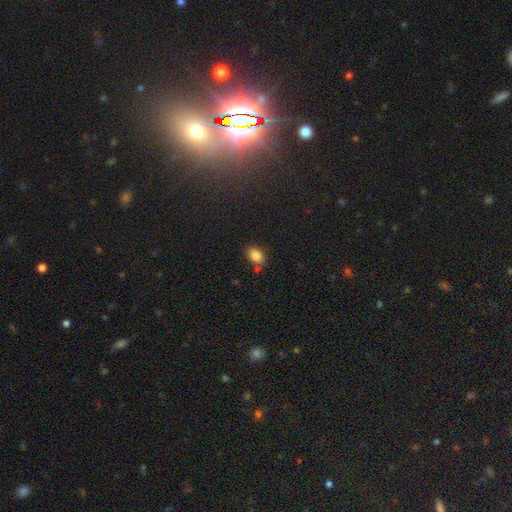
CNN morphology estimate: Smooth or featured? smooth (84%)
How rounded? in between (72%)
Merging? none (76%)